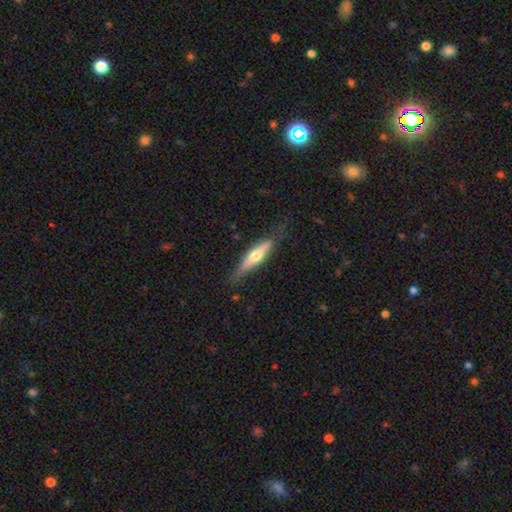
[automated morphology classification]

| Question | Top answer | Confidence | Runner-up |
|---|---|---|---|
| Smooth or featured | featured or disk | 52% | smooth (43%) |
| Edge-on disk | yes | 88% | no (12%) |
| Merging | none | 72% | minor disturbance (21%) |